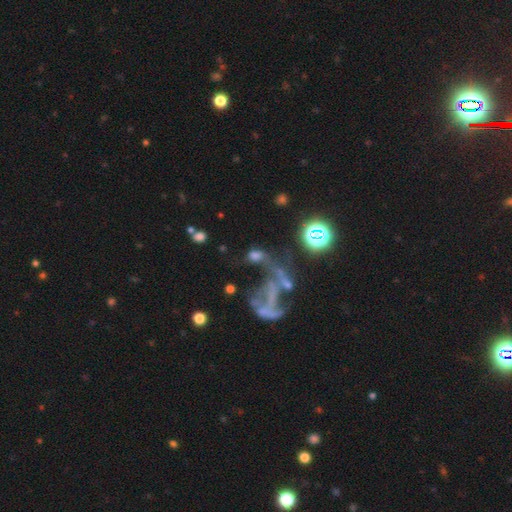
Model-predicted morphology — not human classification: Smooth or featured: smooth — 37% (featured or disk — 33%)
Merging: major disturbance — 33% (merger — 32%)